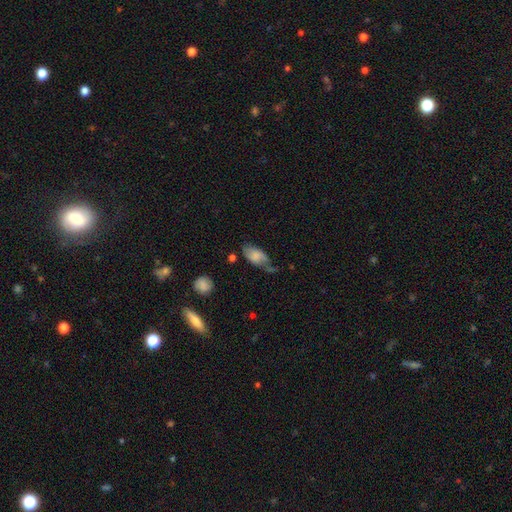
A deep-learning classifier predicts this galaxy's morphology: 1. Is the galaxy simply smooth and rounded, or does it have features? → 73% smooth, 19% featured or disk, 8% star or artifact.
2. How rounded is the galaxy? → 91% in between, 5% cigar-shaped, 4% round.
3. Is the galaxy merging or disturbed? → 38% none, 37% minor disturbance, 18% major disturbance, 7% merger.